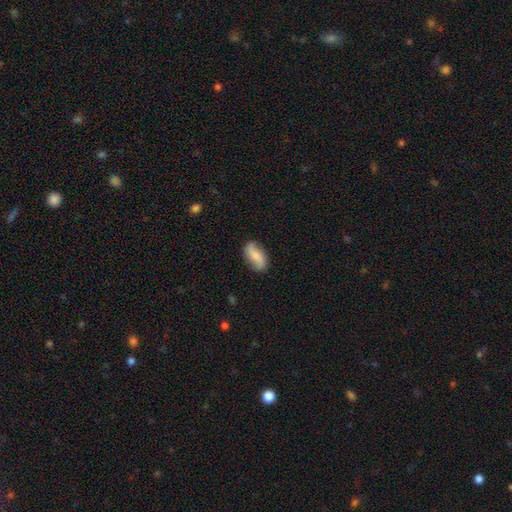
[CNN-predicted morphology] A smooth galaxy with no disk features (65%) that is in between round and cigar-shaped (85%). Merging: none (78%).